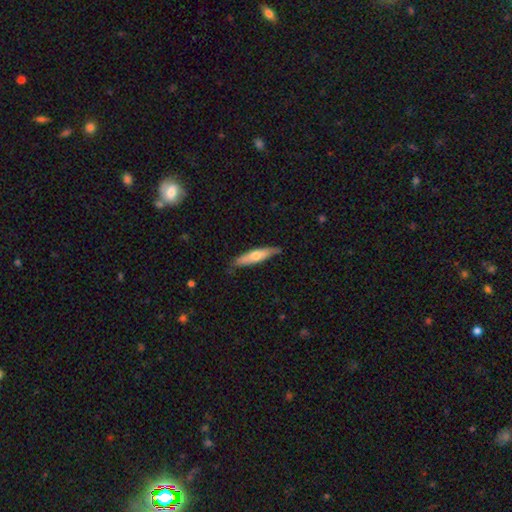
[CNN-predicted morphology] Smooth or featured? smooth (56%)
How rounded? cigar-shaped (77%)
Merging? none (79%)